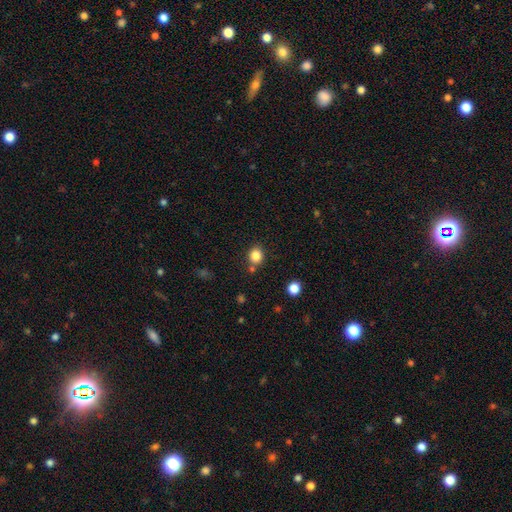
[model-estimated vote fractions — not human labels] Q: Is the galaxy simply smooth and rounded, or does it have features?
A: smooth — 84%.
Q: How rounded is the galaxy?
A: round — 74%.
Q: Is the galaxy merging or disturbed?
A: none — 79%.